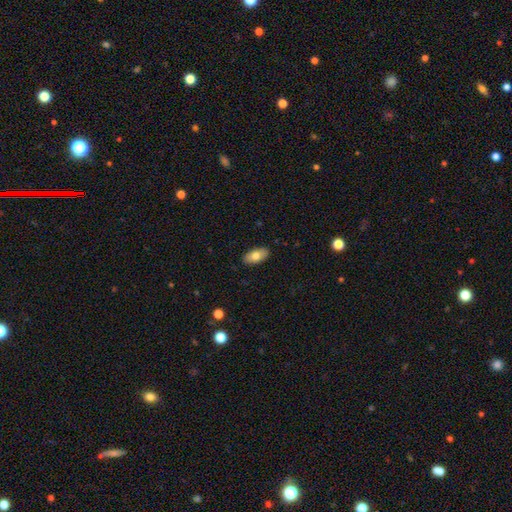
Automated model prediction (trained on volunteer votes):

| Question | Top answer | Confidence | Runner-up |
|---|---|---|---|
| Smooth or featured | smooth | 77% | featured or disk (16%) |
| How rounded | in between | 92% | cigar-shaped (5%) |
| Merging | none | 89% | minor disturbance (8%) |